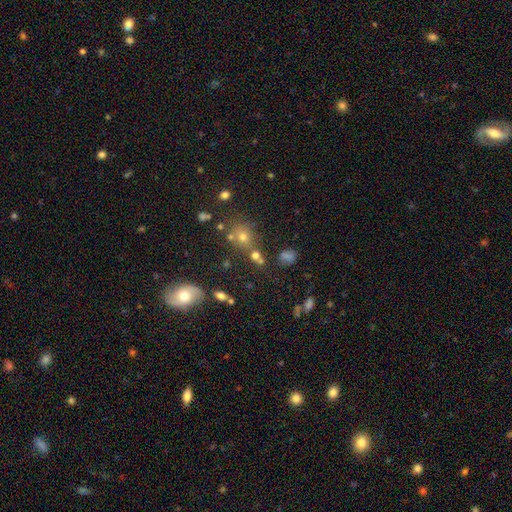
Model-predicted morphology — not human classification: Q: Smooth or featured?
A: smooth (55%); runner-up: star or artifact (28%)
Q: How rounded?
A: round (62%); runner-up: in between (35%)
Q: Merging?
A: none (65%); runner-up: merger (17%)